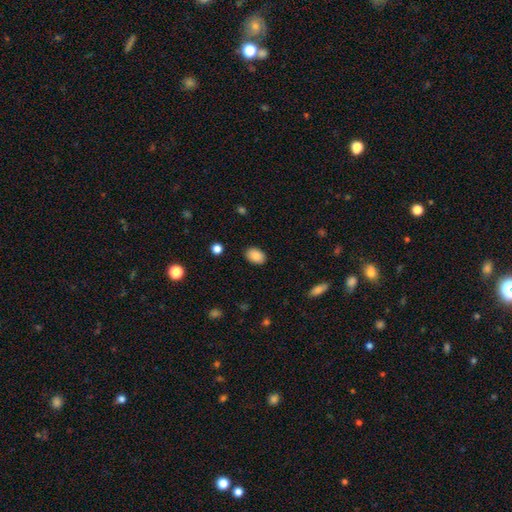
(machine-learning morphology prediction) Smooth or featured: smooth — 89% (star or artifact — 8%)
How rounded: in between — 82% (round — 17%)
Merging: none — 88% (minor disturbance — 9%)